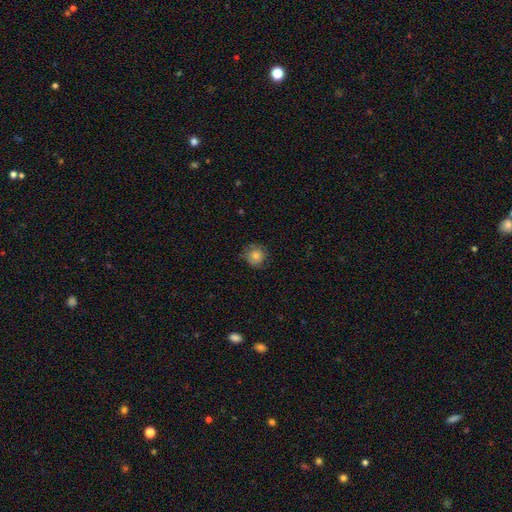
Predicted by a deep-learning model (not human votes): A smooth galaxy with no disk features (71%) that is round (90%).

Vote fractions:
- Smooth or featured? smooth: 71% / featured or disk: 20% / star or artifact: 9%
- How rounded? round: 90% / in between: 9% / cigar-shaped: 1%
- Merging? none: 72% / minor disturbance: 21% / major disturbance: 6% / merger: 1%